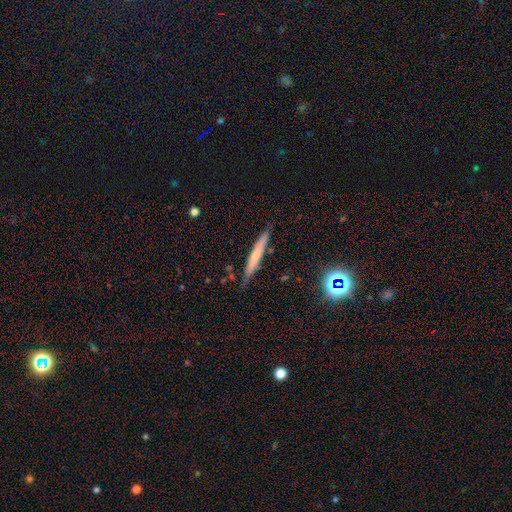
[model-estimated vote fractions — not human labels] This appears to be a smooth galaxy with no disk features (51%) that is cigar-shaped (94%). Merging: none (82%).